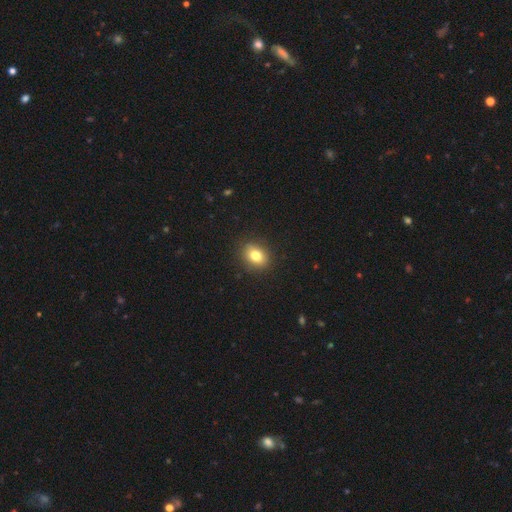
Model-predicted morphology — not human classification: smooth_or_featured: smooth (p=0.80) [alt: star or artifact p=0.10]
how_rounded: in between (p=0.53) [alt: round p=0.45]
merging: none (p=0.89) [alt: minor disturbance p=0.08]